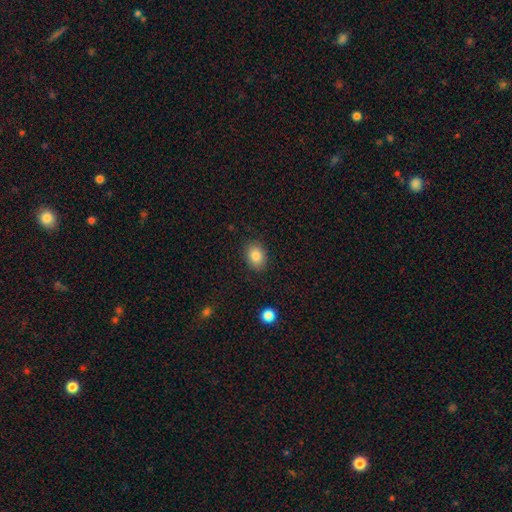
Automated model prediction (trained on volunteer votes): This is clearly a smooth galaxy (84%). How rounded: likely in between (71%). Merging: clearly none (86%).